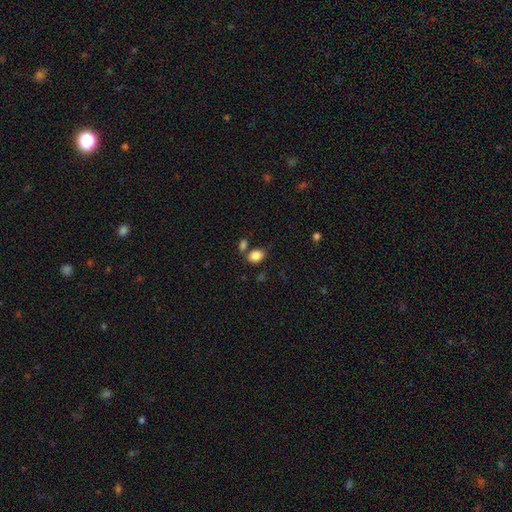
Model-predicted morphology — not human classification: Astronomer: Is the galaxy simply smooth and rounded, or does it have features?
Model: smooth — 86%.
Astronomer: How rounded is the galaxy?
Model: in between — 75%.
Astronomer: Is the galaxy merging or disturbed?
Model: none — 65%.